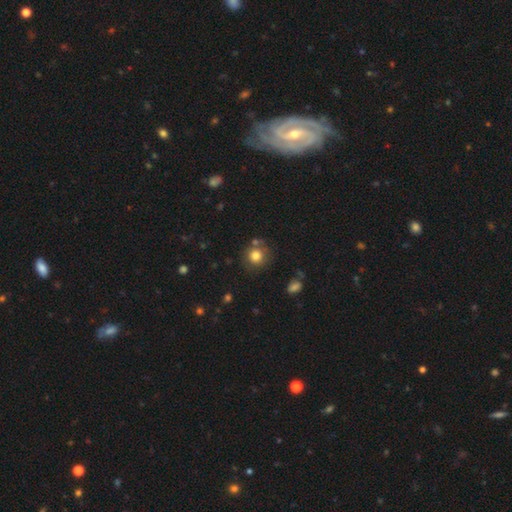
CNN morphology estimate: Overall: smooth (79%). How rounded: round (90%). Merging: none (74%).